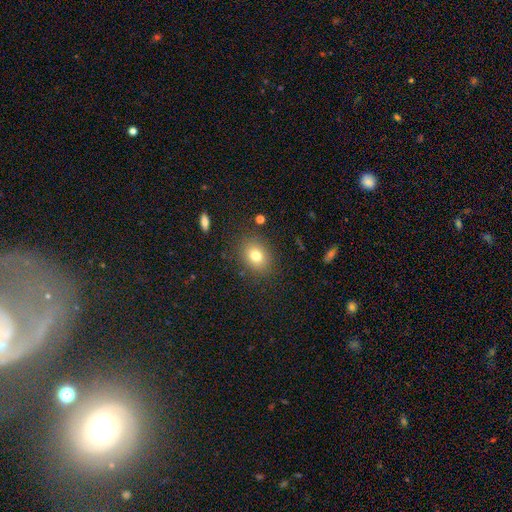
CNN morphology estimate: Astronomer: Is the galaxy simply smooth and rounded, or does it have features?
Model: smooth — 77%.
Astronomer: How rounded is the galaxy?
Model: round — 51% (runner-up: in between, 48%).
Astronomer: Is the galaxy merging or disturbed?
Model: none — 85%.